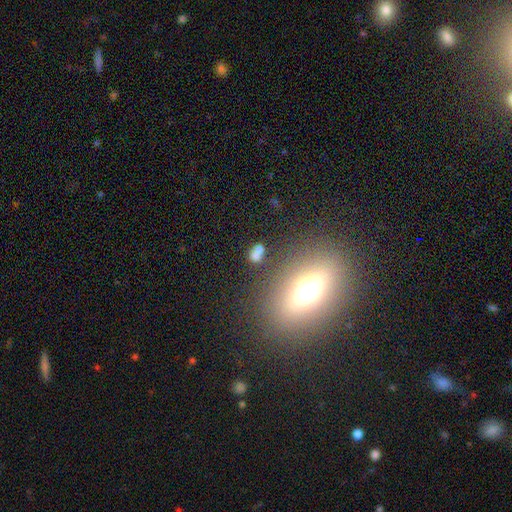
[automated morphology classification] smooth 63%, star or artifact 22%, featured or disk 14%. Down the decision tree: how rounded — round (53%); merging — none (50%).